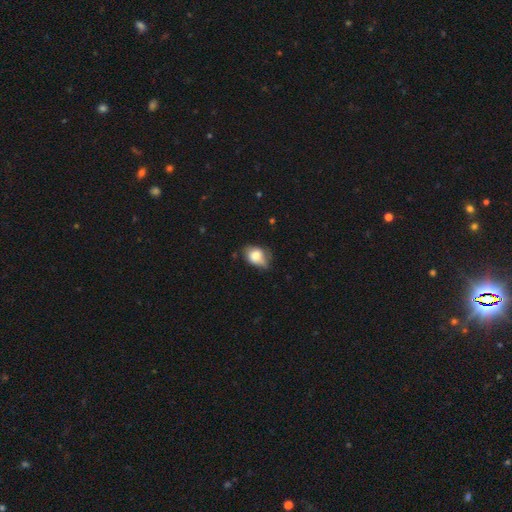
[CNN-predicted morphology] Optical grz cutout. It shows a smooth galaxy with no disk features (72%) that is in between round and cigar-shaped (68%). Merging: minor disturbance (42%).